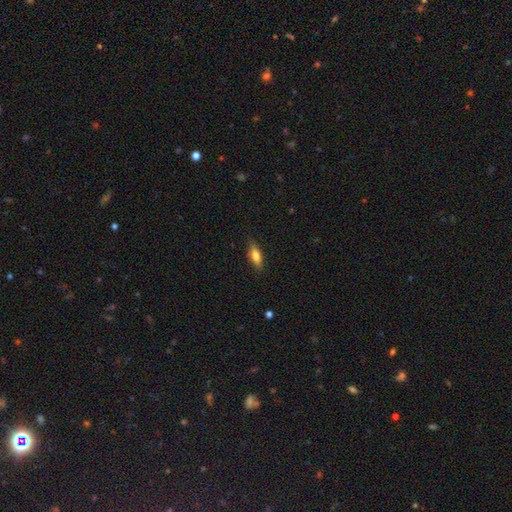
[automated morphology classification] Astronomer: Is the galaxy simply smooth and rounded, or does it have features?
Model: smooth — 73%.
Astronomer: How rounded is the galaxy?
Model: in between — 65%.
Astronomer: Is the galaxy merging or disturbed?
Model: none — 83%.